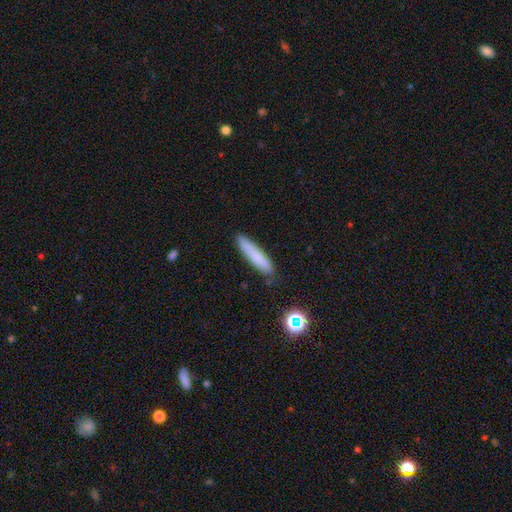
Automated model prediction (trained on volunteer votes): This is likely a smooth galaxy (78%). How rounded: clearly cigar-shaped (88%). Merging: clearly none (86%).